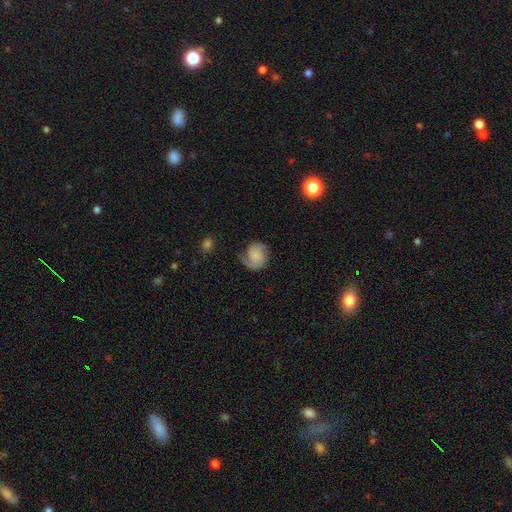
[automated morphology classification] Smooth or featured?
  - featured or disk: 67% *
  - smooth: 26%
  - star or artifact: 8%
Edge-on disk?
  - no: 98% *
  - yes: 2%
Bar?
  - no: 71% *
  - weak: 25%
  - strong: 5%
Spiral arms?
  - yes: 94% *
  - no: 6%
Spiral winding?
  - medium: 43% *
  - tight: 32%
  - loose: 25%
Spiral arm count?
  - 2: 60% *
  - 1: 29%
  - can't tell: 6%
  - 3: 3%
  - 4: 1%
  - more than 4: 1%
Bulge size?
  - none: 49% *
  - small: 22%
  - moderate: 14%
  - large: 11%
  - dominant: 4%
Merging?
  - none: 62% *
  - minor disturbance: 21%
  - major disturbance: 15%
  - merger: 2%